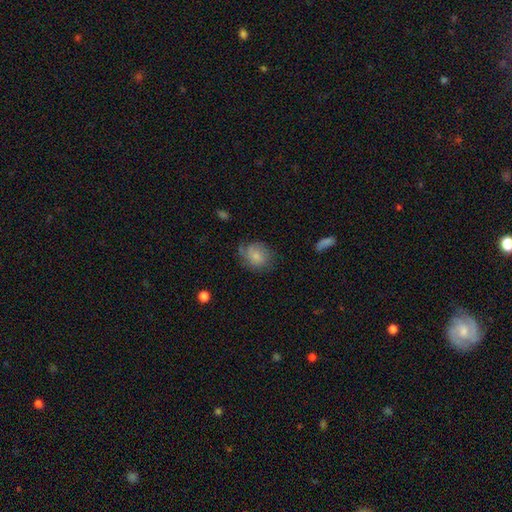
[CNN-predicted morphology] Smooth or featured? Predicted: smooth (p=0.62). How rounded? Predicted: round (p=0.64). Merging? Predicted: none (p=0.56).